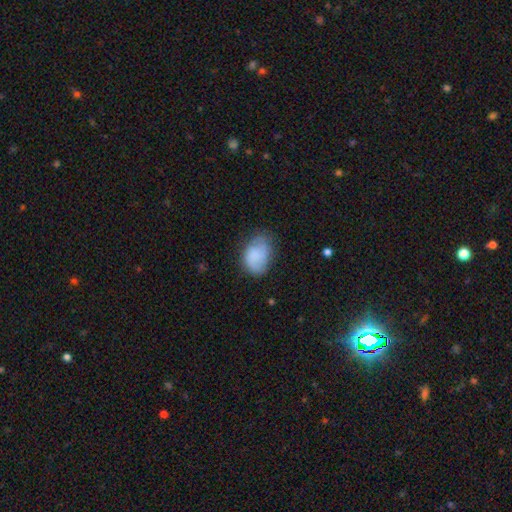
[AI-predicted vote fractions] The model was most divided on "merging": none: 56%, minor disturbance: 31%, major disturbance: 11%, merger: 2%. More confident: how rounded — in between (81%); smooth or featured — smooth (75%).